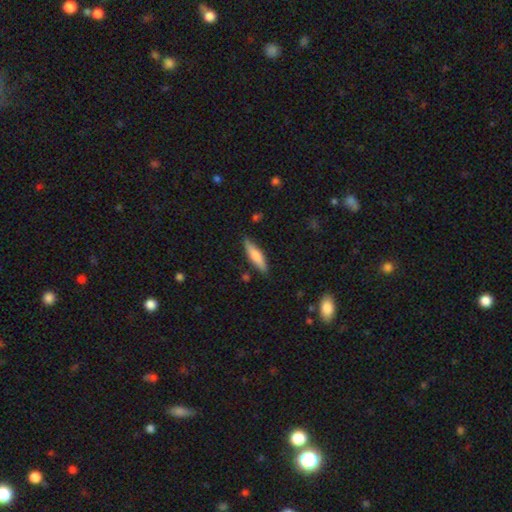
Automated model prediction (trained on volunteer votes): Q: Smooth or featured?
A: smooth (62%); runner-up: featured or disk (32%)
Q: How rounded?
A: cigar-shaped (71%); runner-up: in between (27%)
Q: Merging?
A: none (84%); runner-up: minor disturbance (12%)